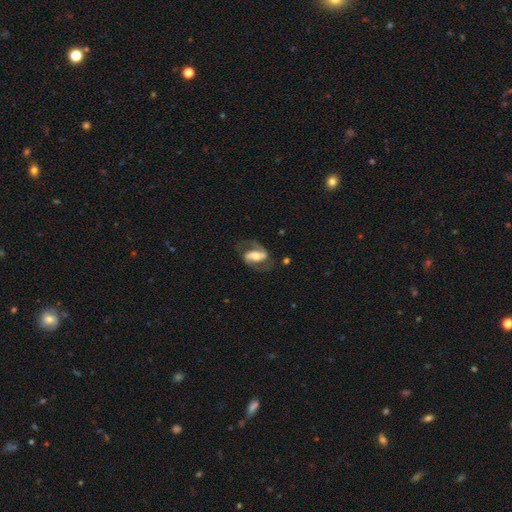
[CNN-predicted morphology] featured or disk 81%, smooth 13%, star or artifact 5%. Down the decision tree: edge-on disk — no (96%); bar — strong (47%); spiral arms — yes (93%); spiral arm count — 2 (91%); spiral winding — medium (52%); bulge size — moderate (50%); merging — none (70%).